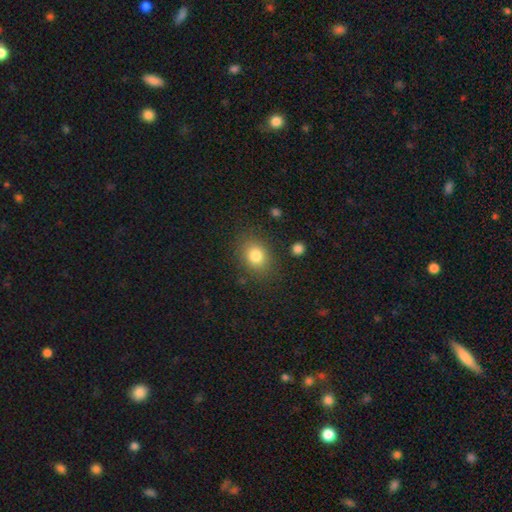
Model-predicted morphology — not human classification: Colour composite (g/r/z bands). It shows a smooth galaxy with no disk features (80%) that is in between round and cigar-shaped (50%). Merging: none (83%).